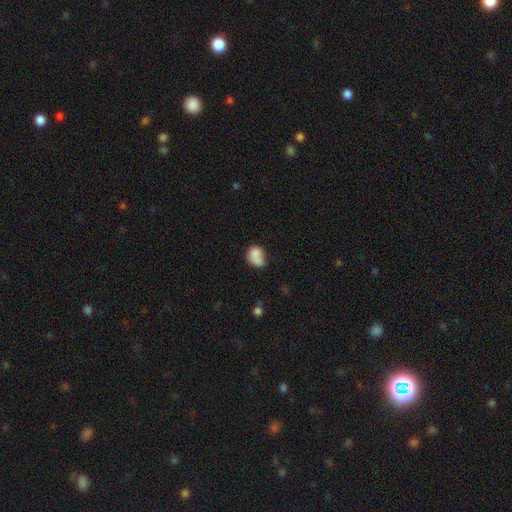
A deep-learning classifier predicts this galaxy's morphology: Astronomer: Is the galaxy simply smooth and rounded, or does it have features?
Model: smooth — 76%.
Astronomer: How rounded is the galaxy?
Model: in between — 60% (runner-up: round, 39%).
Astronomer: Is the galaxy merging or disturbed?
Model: none — 36% (runner-up: merger, 28%).